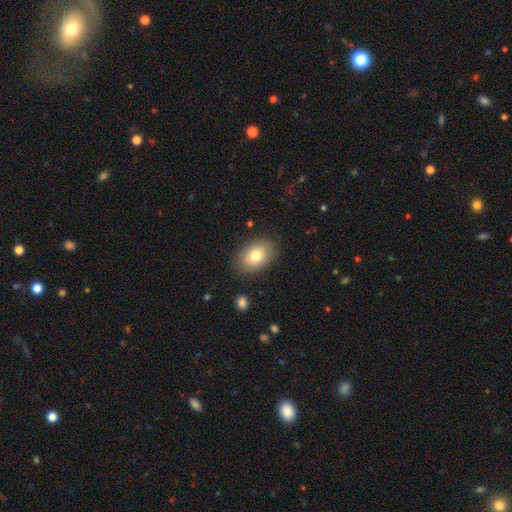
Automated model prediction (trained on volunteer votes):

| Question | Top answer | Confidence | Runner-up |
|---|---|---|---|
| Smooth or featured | smooth | 78% | featured or disk (14%) |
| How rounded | in between | 82% | round (17%) |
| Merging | none | 82% | minor disturbance (13%) |